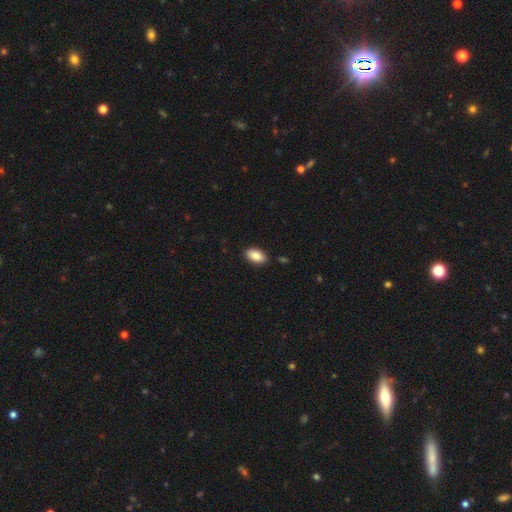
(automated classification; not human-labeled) Smooth or featured: smooth — 87% (star or artifact — 7%)
How rounded: in between — 93% (round — 5%)
Merging: none — 88% (minor disturbance — 9%)